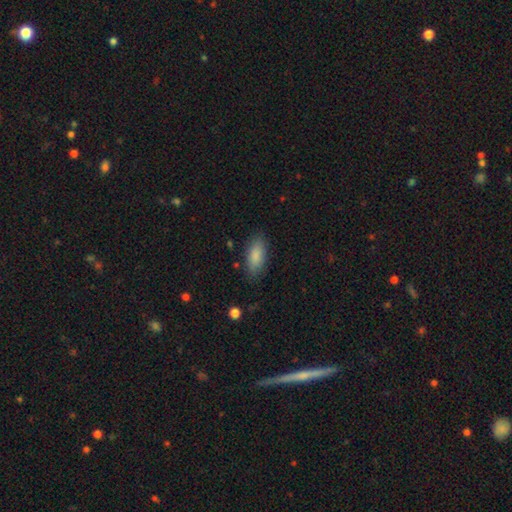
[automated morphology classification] Overall: smooth (86%). How rounded: in between (85%). Merging: none (83%).